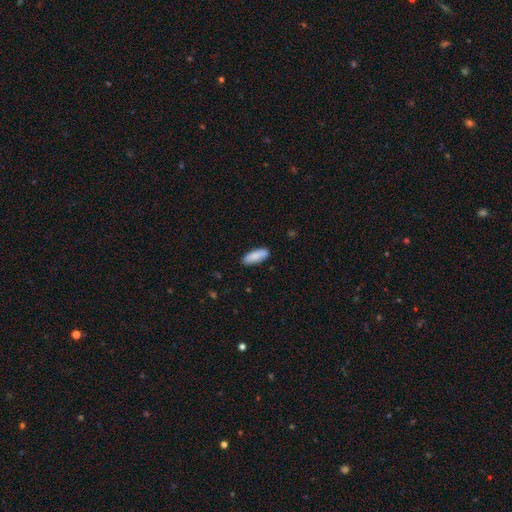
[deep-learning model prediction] Morphology: type=smooth (86%); roundness=in between (66%); merging=none (85%).